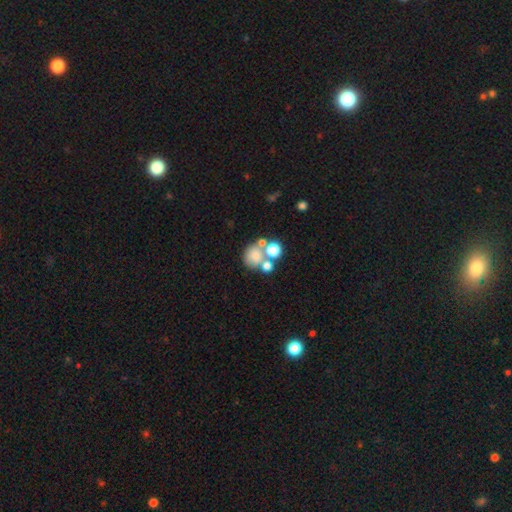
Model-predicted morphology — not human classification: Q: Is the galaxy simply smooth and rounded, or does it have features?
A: smooth — 66%.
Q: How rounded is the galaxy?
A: round — 74%.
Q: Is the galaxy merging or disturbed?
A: merger — 44%.